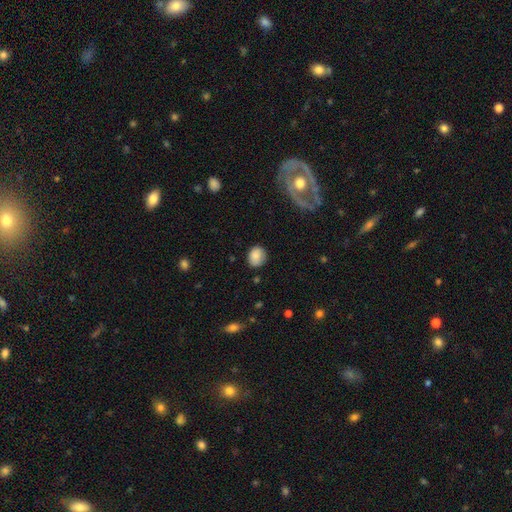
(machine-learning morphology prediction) smooth 85%, star or artifact 8%, featured or disk 7%. Down the decision tree: how rounded — round (61%); merging — none (78%).